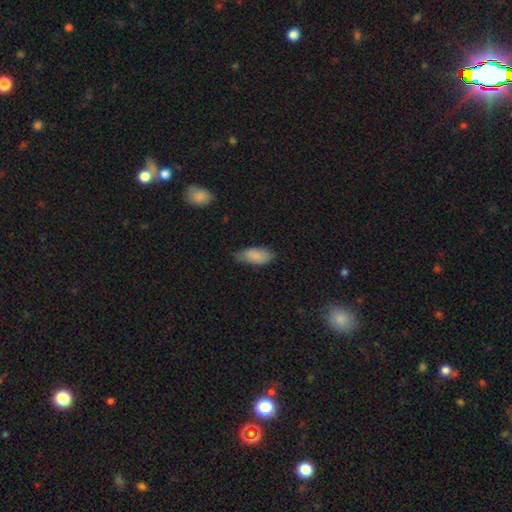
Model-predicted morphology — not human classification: This appears to be a smooth galaxy with no disk features (86%) that is in between round and cigar-shaped (88%). Merging: none (60%).